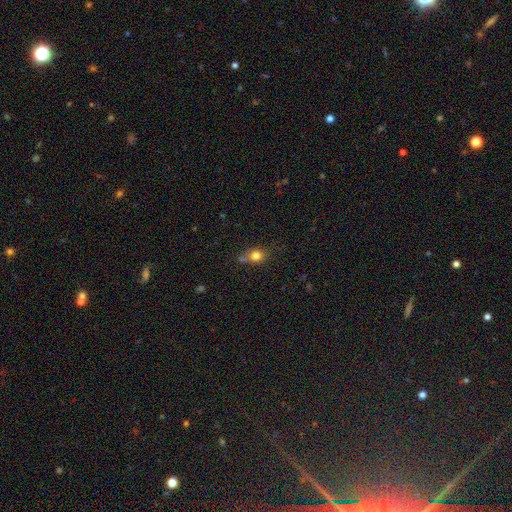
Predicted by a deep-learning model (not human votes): Smooth or featured?
  - smooth: 79% *
  - star or artifact: 12%
  - featured or disk: 9%
How rounded?
  - round: 62% *
  - in between: 36%
  - cigar-shaped: 2%
Merging?
  - none: 58% *
  - minor disturbance: 19%
  - merger: 16%
  - major disturbance: 6%